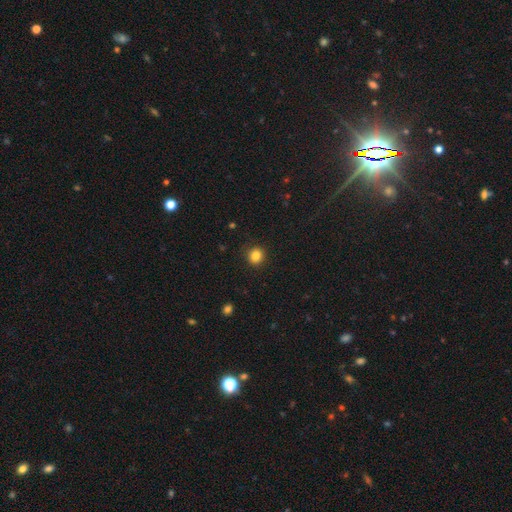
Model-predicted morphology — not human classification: Smooth or featured?
  - smooth: 84% *
  - star or artifact: 11%
  - featured or disk: 5%
How rounded?
  - round: 89% *
  - in between: 10%
  - cigar-shaped: 1%
Merging?
  - none: 91% *
  - minor disturbance: 6%
  - major disturbance: 2%
  - merger: 1%